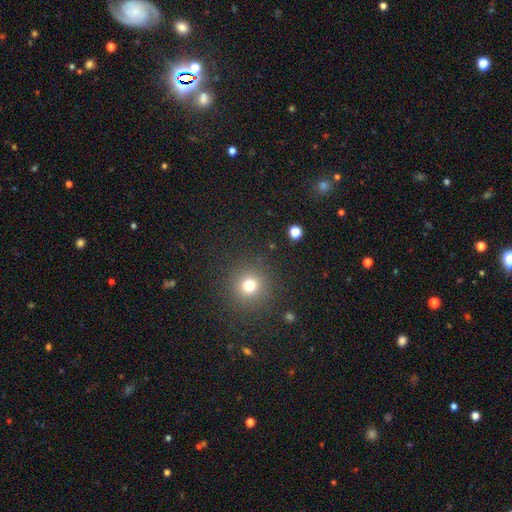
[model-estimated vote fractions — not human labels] A smooth galaxy with no disk features (55%) that is round (95%). Merging: none (91%).